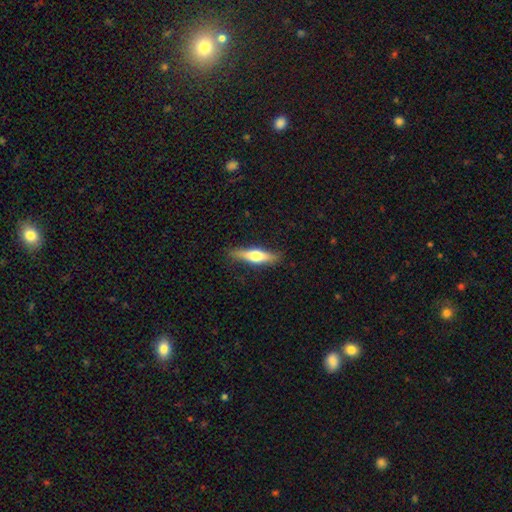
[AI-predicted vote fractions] The model was most divided on "smooth or featured": featured or disk: 49%, smooth: 46%, star or artifact: 6%. More confident: merging — none (86%).